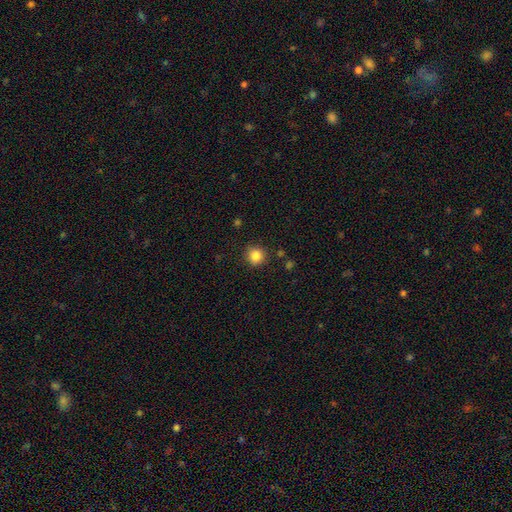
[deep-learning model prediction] Overall: smooth (85%). How rounded: round (92%). Merging: none (88%).